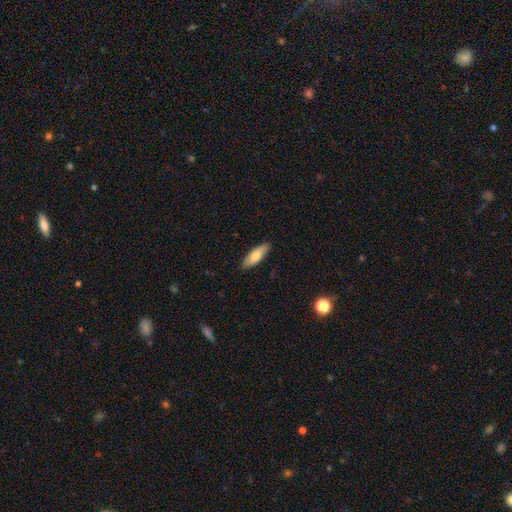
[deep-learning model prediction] smooth_or_featured: smooth (p=0.72) [alt: featured or disk p=0.22]
how_rounded: in between (p=0.54) [alt: cigar-shaped p=0.44]
merging: none (p=0.88) [alt: minor disturbance p=0.10]